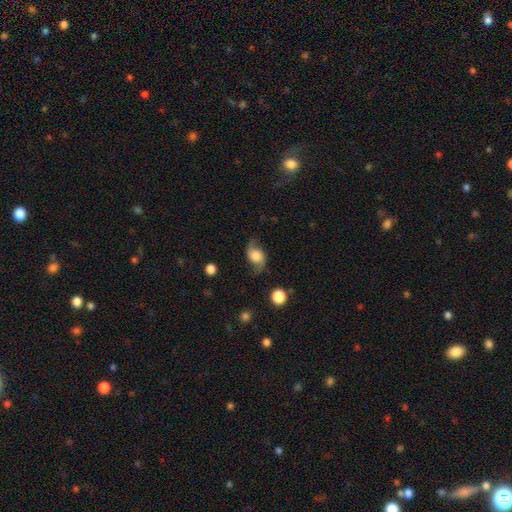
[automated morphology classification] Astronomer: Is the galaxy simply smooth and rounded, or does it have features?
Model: featured or disk — 53% (runner-up: smooth, 37%).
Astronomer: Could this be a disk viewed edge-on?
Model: no — 94%.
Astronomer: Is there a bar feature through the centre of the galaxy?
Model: no — 70%.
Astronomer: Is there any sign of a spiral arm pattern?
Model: yes — 91%.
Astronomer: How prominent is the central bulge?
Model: large — 42% (runner-up: moderate, 21%).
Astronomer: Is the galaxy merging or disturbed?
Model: none — 68%.